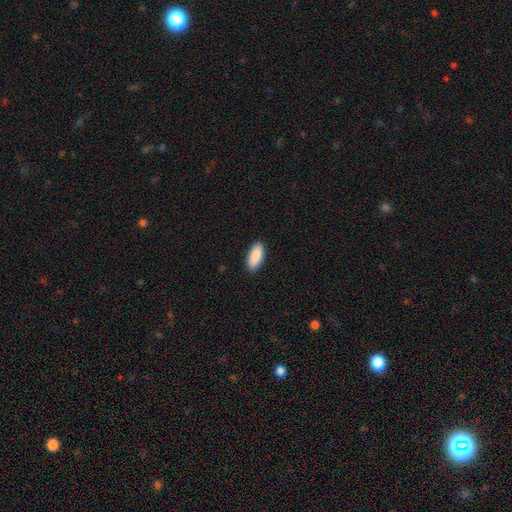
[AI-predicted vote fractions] A smooth galaxy with no disk features (90%) that is in between round and cigar-shaped (84%).

Vote fractions:
- Smooth or featured? smooth: 90% / star or artifact: 6% / featured or disk: 5%
- How rounded? in between: 84% / cigar-shaped: 15% / round: 2%
- Merging? none: 88% / minor disturbance: 9% / major disturbance: 2% / merger: 1%